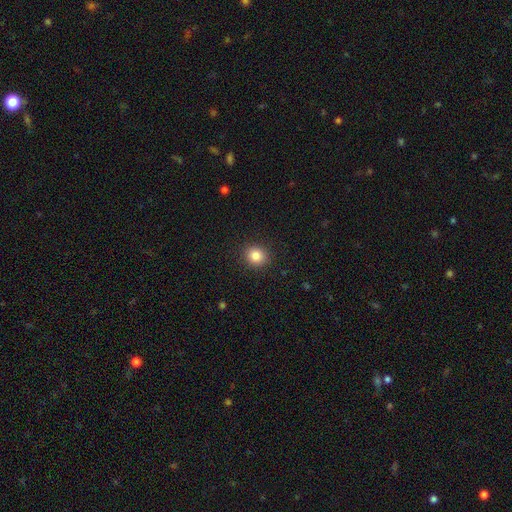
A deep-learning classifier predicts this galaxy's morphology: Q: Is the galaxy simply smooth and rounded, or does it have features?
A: smooth — 84%.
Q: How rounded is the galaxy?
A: round — 83%.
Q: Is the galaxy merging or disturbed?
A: none — 91%.